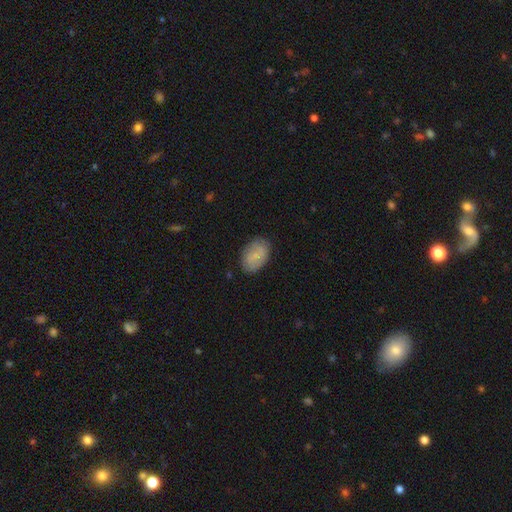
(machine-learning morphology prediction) Smooth or featured? smooth (75%)
How rounded? in between (87%)
Merging? none (80%)